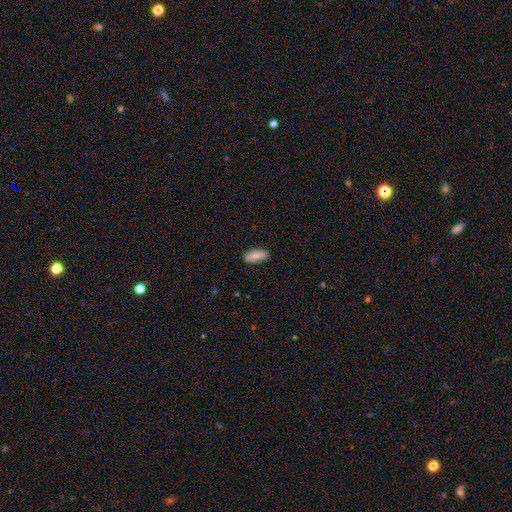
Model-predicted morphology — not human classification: Smooth or featured? Predicted: smooth (p=0.69). How rounded? Predicted: in between (p=0.90). Merging? Predicted: none (p=0.88).